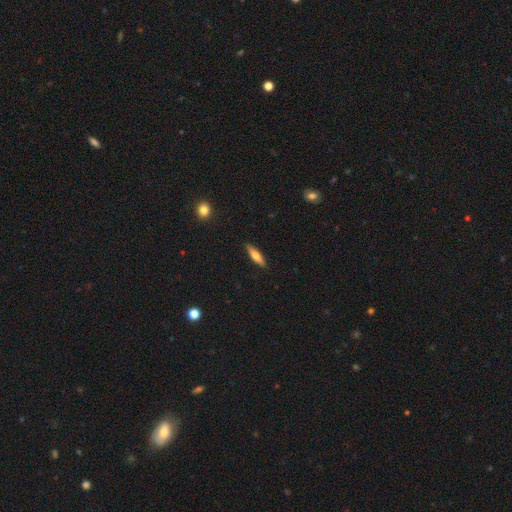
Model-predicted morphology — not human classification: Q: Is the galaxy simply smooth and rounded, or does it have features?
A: smooth — 58%.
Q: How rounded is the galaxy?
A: cigar-shaped — 72%.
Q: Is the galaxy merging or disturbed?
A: none — 90%.